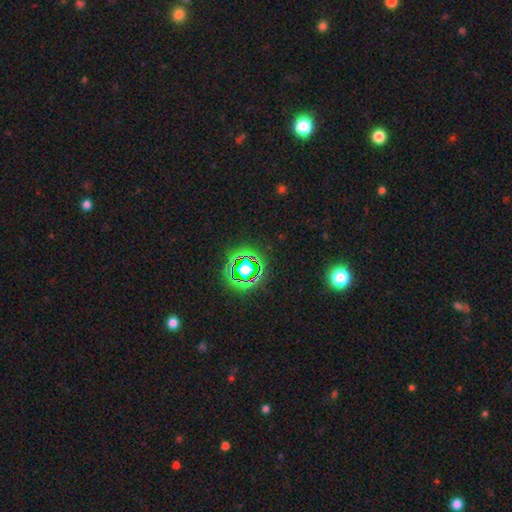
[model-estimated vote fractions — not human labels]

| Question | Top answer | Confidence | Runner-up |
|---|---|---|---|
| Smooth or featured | star or artifact | 77% | smooth (15%) |